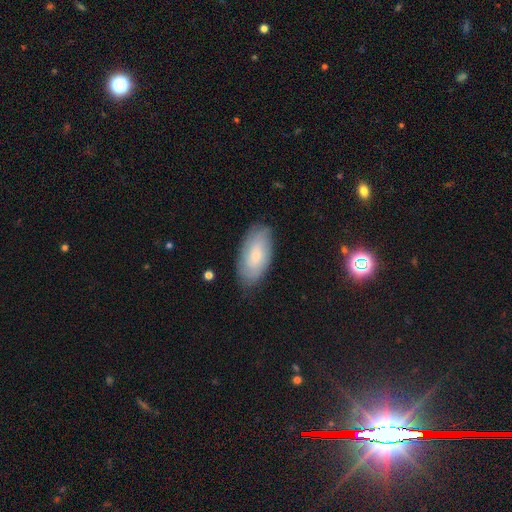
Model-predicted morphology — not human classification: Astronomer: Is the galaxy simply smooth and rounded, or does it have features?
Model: smooth — 57% (runner-up: featured or disk, 35%).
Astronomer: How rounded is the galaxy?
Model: in between — 92%.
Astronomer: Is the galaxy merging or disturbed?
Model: none — 80%.